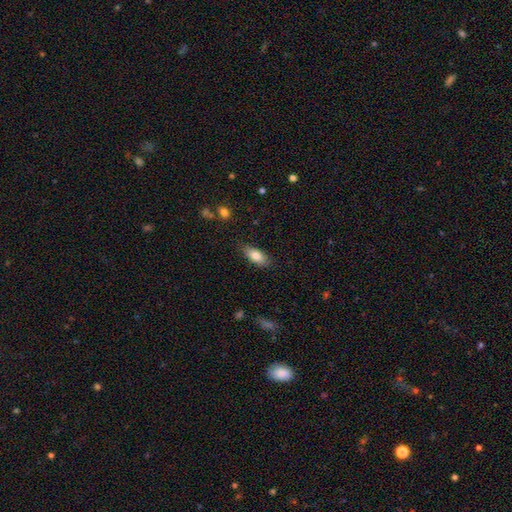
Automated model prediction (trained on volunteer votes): A smooth galaxy with no disk features (81%) that is in between round and cigar-shaped (83%).

Vote fractions:
- Smooth or featured? smooth: 81% / featured or disk: 12% / star or artifact: 7%
- How rounded? in between: 83% / cigar-shaped: 15% / round: 3%
- Merging? none: 82% / minor disturbance: 14% / major disturbance: 3% / merger: 1%